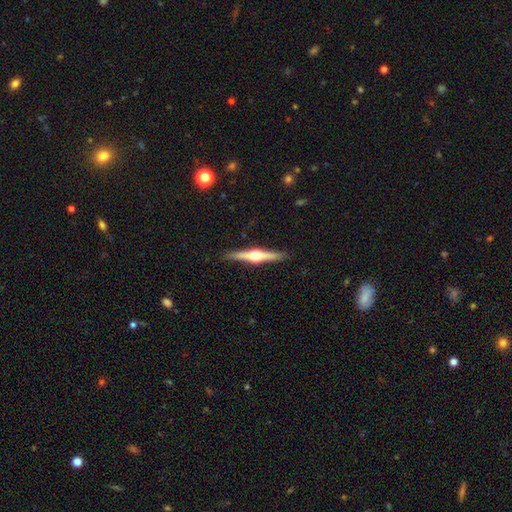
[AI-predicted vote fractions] This appears to be a featured or disk galaxy (77%) viewed edge-on (98%) with a rounded central bulge (95%). Merging: none (91%).